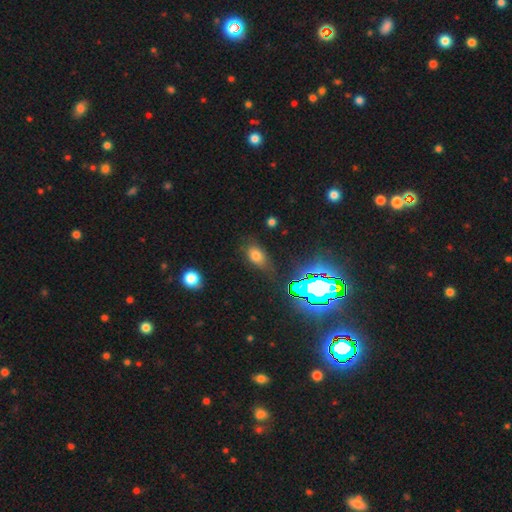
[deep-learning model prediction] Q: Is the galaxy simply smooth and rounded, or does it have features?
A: smooth — 68%.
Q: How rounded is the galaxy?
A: in between — 82%.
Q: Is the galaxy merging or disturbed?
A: none — 70%.